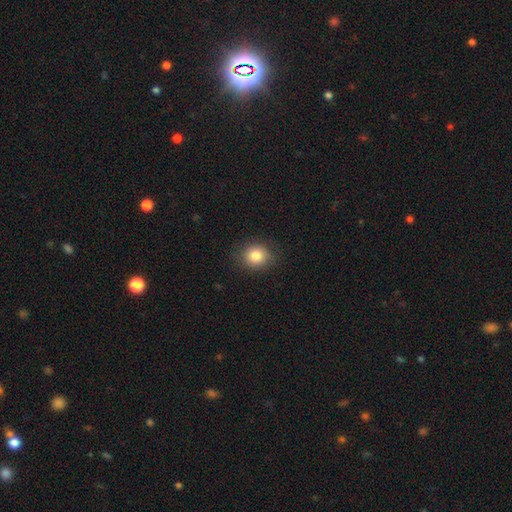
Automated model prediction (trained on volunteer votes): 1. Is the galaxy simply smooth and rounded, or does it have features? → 83% smooth, 10% star or artifact, 7% featured or disk.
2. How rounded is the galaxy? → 75% round, 24% in between, 1% cigar-shaped.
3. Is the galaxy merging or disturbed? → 87% none, 9% minor disturbance, 3% major disturbance, 1% merger.